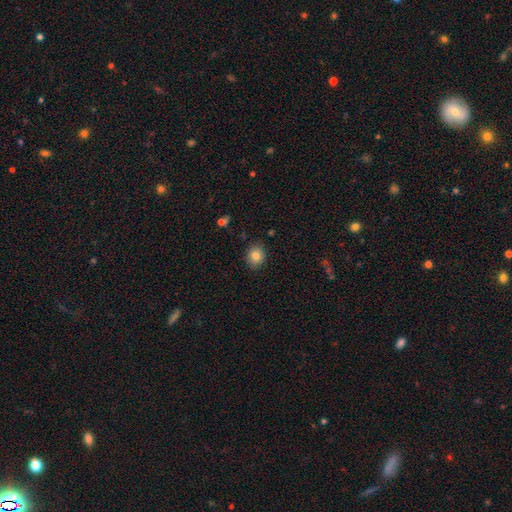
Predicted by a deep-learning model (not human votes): This is clearly a smooth galaxy (82%). How rounded: possibly round (57%). Merging: clearly none (87%).